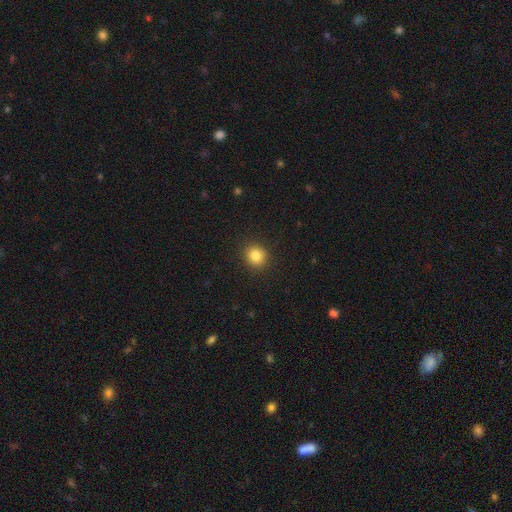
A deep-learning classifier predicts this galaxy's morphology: Smooth or featured?
  - smooth: 84% *
  - star or artifact: 11%
  - featured or disk: 5%
How rounded?
  - round: 81% *
  - in between: 18%
  - cigar-shaped: 1%
Merging?
  - none: 90% *
  - minor disturbance: 7%
  - major disturbance: 2%
  - merger: 1%